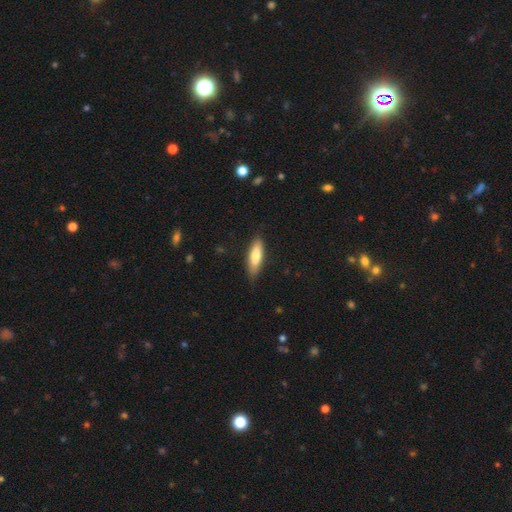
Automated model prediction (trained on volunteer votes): Q: Smooth or featured?
A: smooth (74%); runner-up: featured or disk (21%)
Q: How rounded?
A: cigar-shaped (51%); runner-up: in between (47%)
Q: Merging?
A: none (80%); runner-up: minor disturbance (16%)